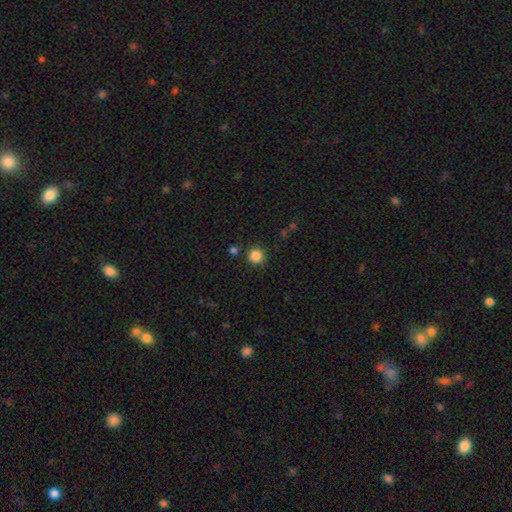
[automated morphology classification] smooth 85%, star or artifact 12%, featured or disk 3%. Down the decision tree: how rounded — round (94%); merging — none (86%).